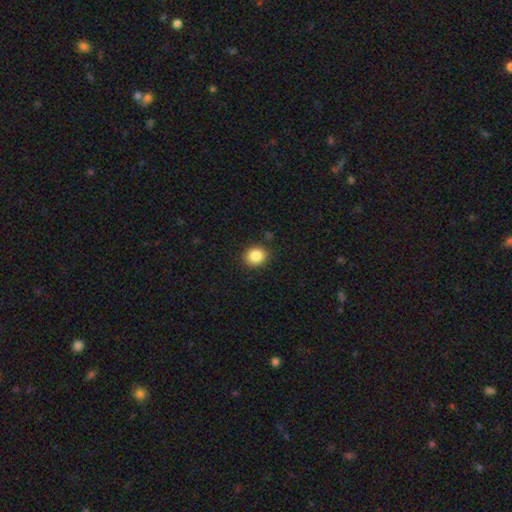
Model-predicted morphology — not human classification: smooth-or-featured: smooth: 86% | star or artifact: 10% | featured or disk: 4%
  how-rounded: round: 80% | in between: 20% | cigar-shaped: 1%
  merging: none: 88% | minor disturbance: 9% | major disturbance: 2% | merger: 1%